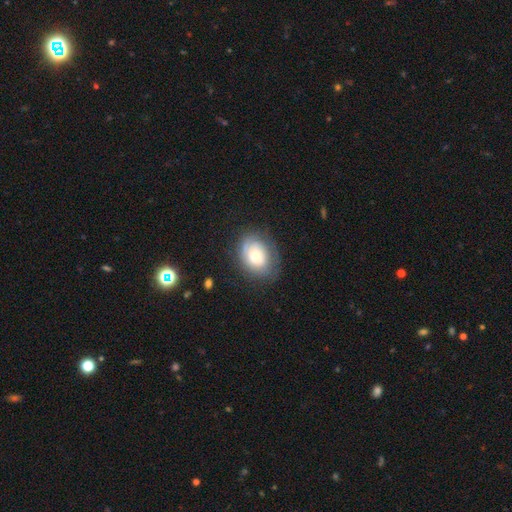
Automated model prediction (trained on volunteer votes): This appears to be a smooth galaxy with no disk features (58%) that is in between round and cigar-shaped (57%). Merging: none (70%).